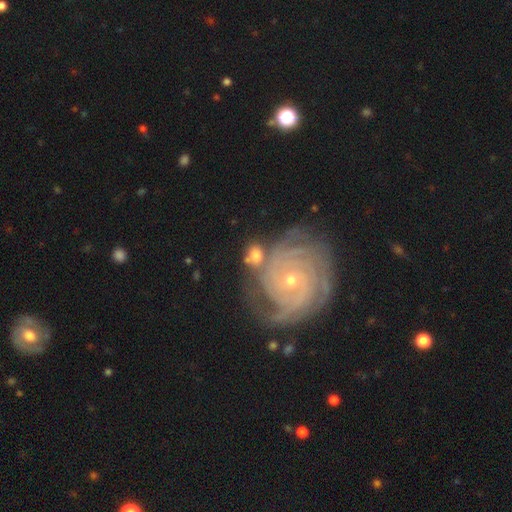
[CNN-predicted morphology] Smooth or featured? Predicted: featured or disk (p=0.64). Edge-on disk? Predicted: no (p=0.96). Bar? Predicted: no (p=0.67). Spiral arms? Predicted: yes (p=0.93). Spiral winding? Predicted: tight (p=0.76). Spiral arm count? Predicted: 3 (p=0.26). Bulge size? Predicted: small (p=0.51). Merging? Predicted: none (p=0.56).